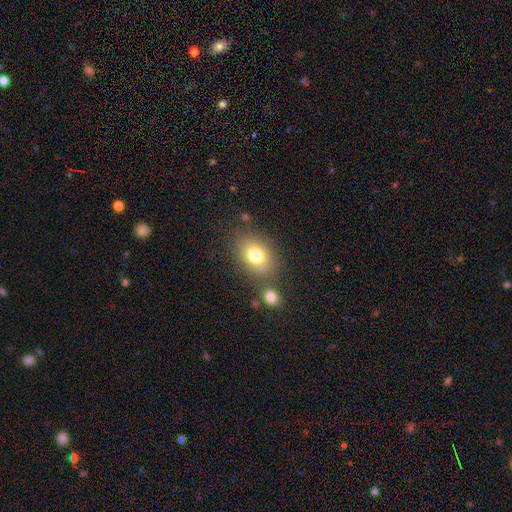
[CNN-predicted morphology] The model was most divided on "how rounded": in between: 73%, round: 25%, cigar-shaped: 1%. More confident: smooth or featured — smooth (77%); merging — none (67%).